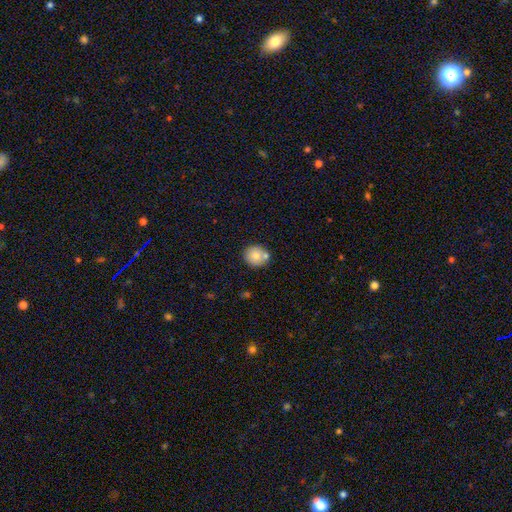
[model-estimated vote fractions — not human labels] Smooth or featured: smooth — 76% (featured or disk — 15%)
How rounded: round — 91% (in between — 8%)
Merging: none — 66% (merger — 20%)